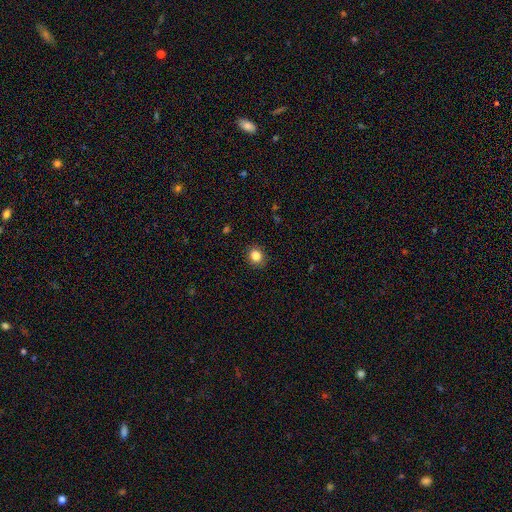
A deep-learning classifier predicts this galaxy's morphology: Q: Smooth or featured?
A: smooth (84%); runner-up: star or artifact (10%)
Q: How rounded?
A: round (71%); runner-up: in between (28%)
Q: Merging?
A: none (88%); runner-up: minor disturbance (9%)